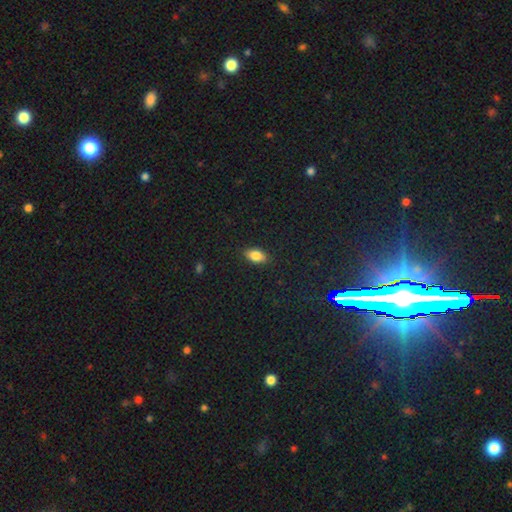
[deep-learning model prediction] Smooth or featured? Predicted: smooth (p=0.83). How rounded? Predicted: in between (p=0.91). Merging? Predicted: none (p=0.88).